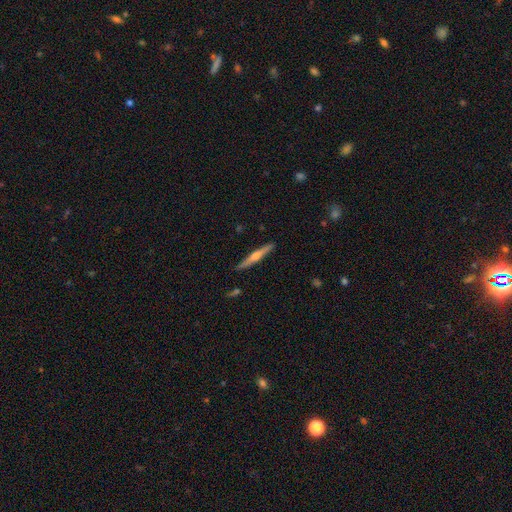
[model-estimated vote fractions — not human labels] Q: Smooth or featured?
A: featured or disk (67%); runner-up: smooth (27%)
Q: Edge-on disk?
A: yes (98%); runner-up: no (2%)
Q: Edge-on bulge?
A: rounded (82%); runner-up: boxy (10%)
Q: Merging?
A: none (90%); runner-up: minor disturbance (7%)